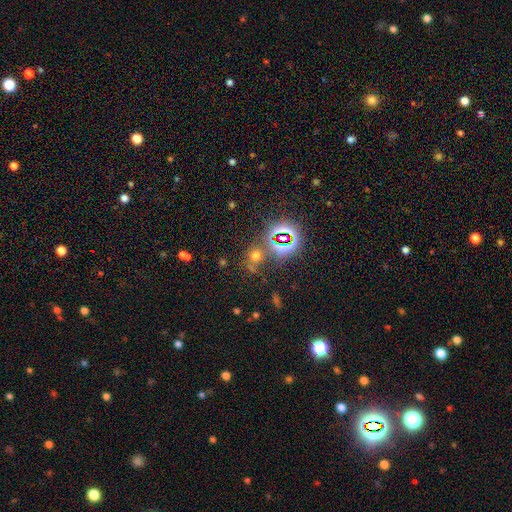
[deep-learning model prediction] smooth 48%, star or artifact 44%, featured or disk 9%. Down the decision tree: merging — none (68%).